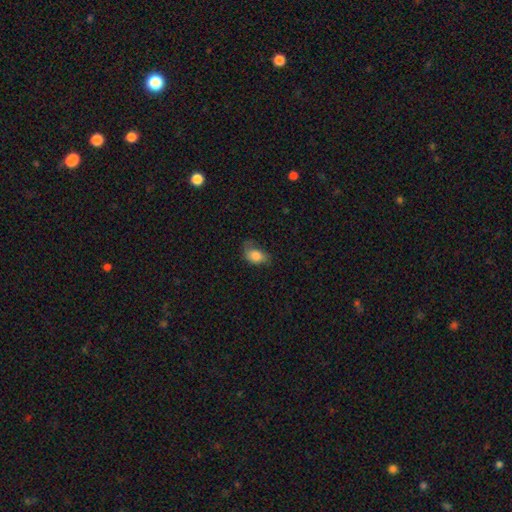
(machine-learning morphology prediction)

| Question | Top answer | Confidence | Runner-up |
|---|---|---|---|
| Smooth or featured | smooth | 79% | featured or disk (12%) |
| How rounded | in between | 84% | round (15%) |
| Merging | none | 45% | minor disturbance (34%) |